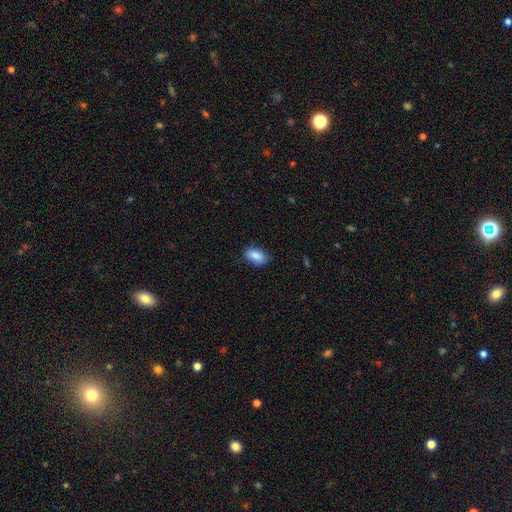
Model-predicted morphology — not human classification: Smooth or featured?
  - smooth: 86% *
  - star or artifact: 7%
  - featured or disk: 6%
How rounded?
  - in between: 90% *
  - round: 7%
  - cigar-shaped: 2%
Merging?
  - none: 77% *
  - minor disturbance: 18%
  - major disturbance: 3%
  - merger: 1%